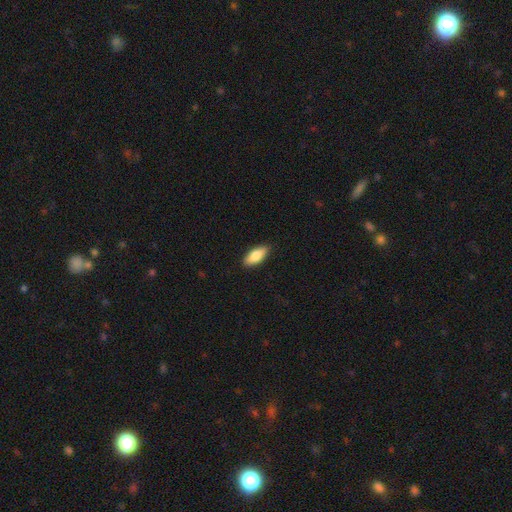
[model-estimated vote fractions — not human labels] Q: Smooth or featured?
A: smooth (81%); runner-up: featured or disk (13%)
Q: How rounded?
A: in between (81%); runner-up: cigar-shaped (17%)
Q: Merging?
A: none (89%); runner-up: minor disturbance (8%)